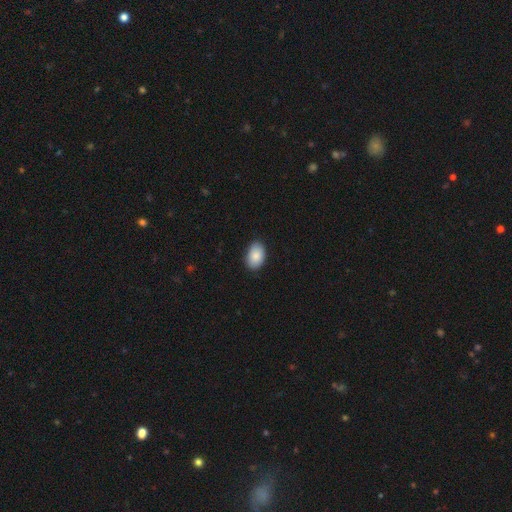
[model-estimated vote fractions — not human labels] A smooth galaxy with no disk features (87%) that is in between round and cigar-shaped (90%). Merging: none (86%).